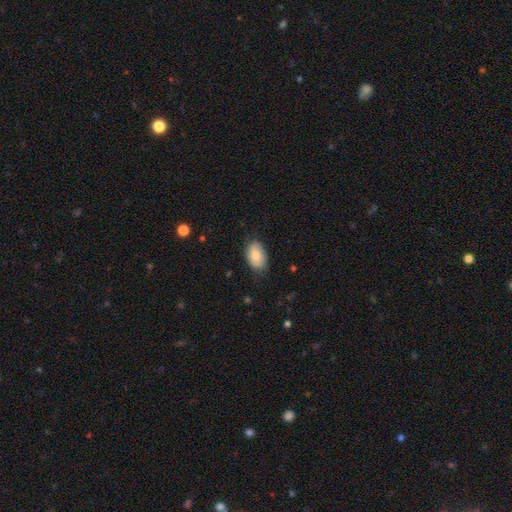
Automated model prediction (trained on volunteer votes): A smooth galaxy with no disk features (80%) that is in between round and cigar-shaped (92%). Merging: none (77%).